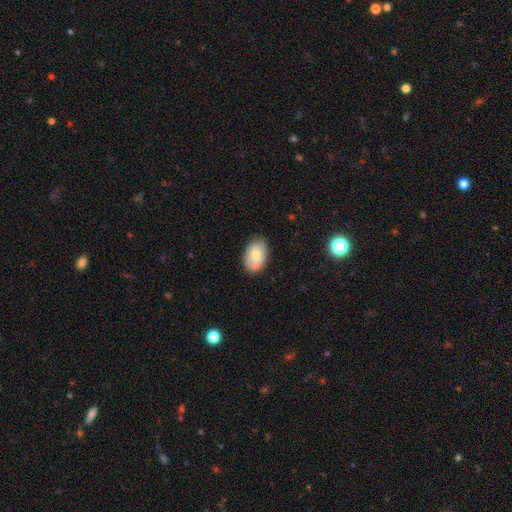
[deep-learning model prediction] Smooth or featured?
  - smooth: 69% *
  - featured or disk: 24%
  - star or artifact: 7%
How rounded?
  - in between: 89% *
  - round: 10%
  - cigar-shaped: 1%
Merging?
  - none: 73% *
  - minor disturbance: 19%
  - merger: 5%
  - major disturbance: 3%